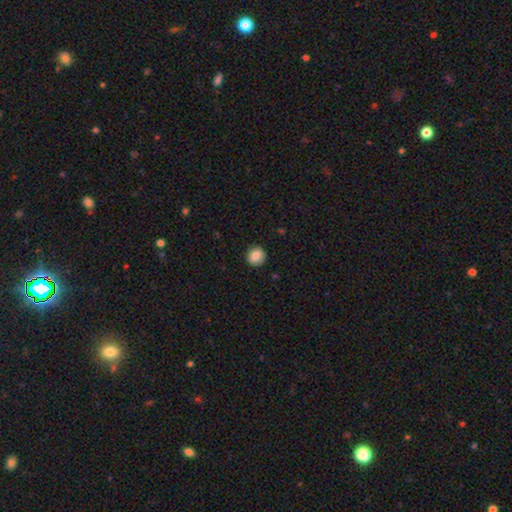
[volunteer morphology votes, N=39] Q: Smooth or featured?
A: smooth (87%); runner-up: star or artifact (8%)
Q: How rounded?
A: round (76%); runner-up: in between (21%)
Q: Merging?
A: none (78%); runner-up: minor disturbance (22%)